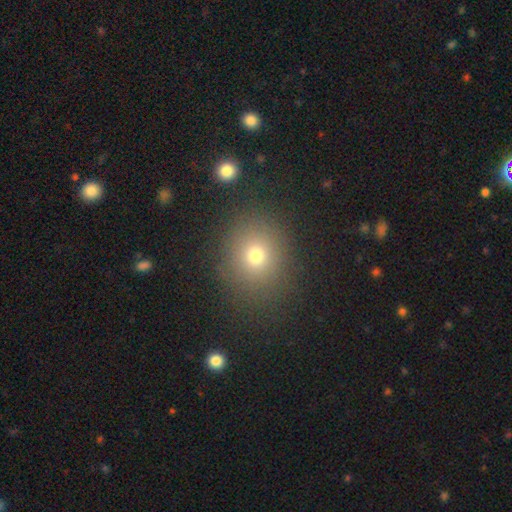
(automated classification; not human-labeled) Smooth or featured? smooth (73%)
How rounded? round (76%)
Merging? none (85%)